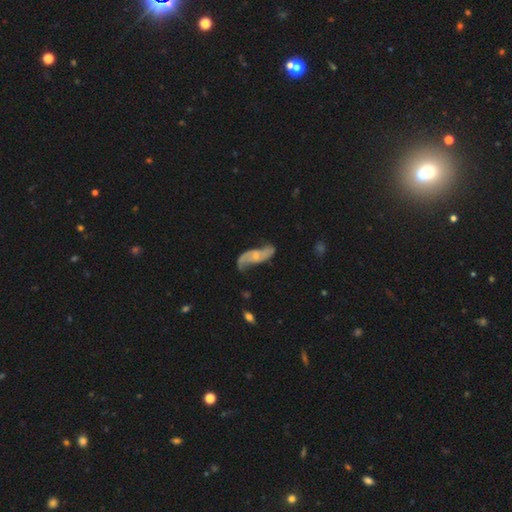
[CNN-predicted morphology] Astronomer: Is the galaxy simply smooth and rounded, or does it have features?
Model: featured or disk — 75%.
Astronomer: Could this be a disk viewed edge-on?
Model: no — 90%.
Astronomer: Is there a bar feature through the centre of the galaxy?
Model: no — 54% (runner-up: weak, 36%).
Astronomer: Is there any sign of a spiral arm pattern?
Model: yes — 91%.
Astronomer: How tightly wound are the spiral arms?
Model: loose — 71%.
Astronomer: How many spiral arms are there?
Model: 2 — 88%.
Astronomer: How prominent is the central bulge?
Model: small — 56%.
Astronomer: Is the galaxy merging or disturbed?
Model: none — 56%.